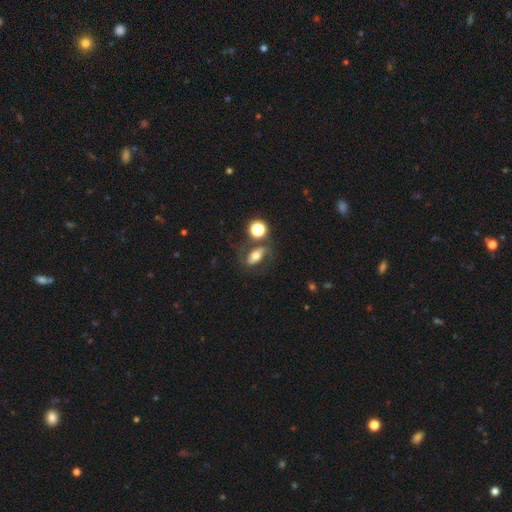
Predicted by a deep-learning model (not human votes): This appears to be a smooth galaxy with no disk features (47%). Merging: none (56%).